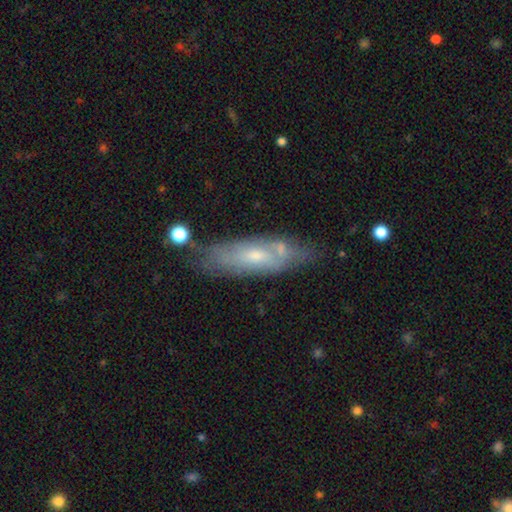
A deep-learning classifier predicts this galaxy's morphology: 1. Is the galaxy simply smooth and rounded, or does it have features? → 53% featured or disk, 39% smooth, 8% star or artifact.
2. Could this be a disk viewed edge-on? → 64% no, 36% yes.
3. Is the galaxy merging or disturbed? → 64% none, 22% minor disturbance, 7% merger, 7% major disturbance.